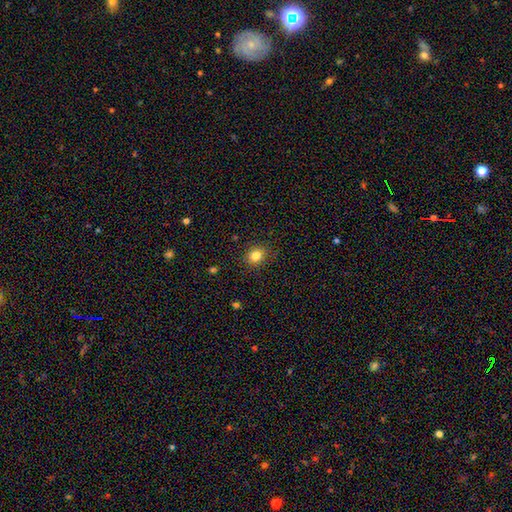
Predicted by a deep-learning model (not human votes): A smooth galaxy with no disk features (83%) that is round (52%). Merging: none (87%).